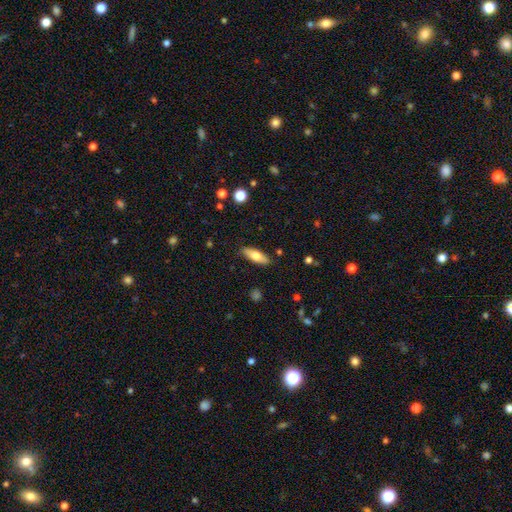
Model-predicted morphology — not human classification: Smooth or featured?
  - smooth: 70% *
  - featured or disk: 24%
  - star or artifact: 6%
How rounded?
  - in between: 64% *
  - cigar-shaped: 34%
  - round: 2%
Merging?
  - none: 86% *
  - minor disturbance: 10%
  - major disturbance: 2%
  - merger: 1%